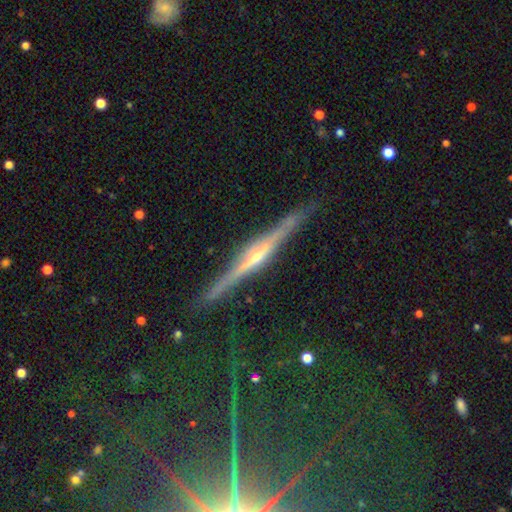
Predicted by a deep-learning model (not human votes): This appears to be a featured or disk galaxy (83%) viewed edge-on (98%) with a rounded central bulge (66%). Merging: none (86%).